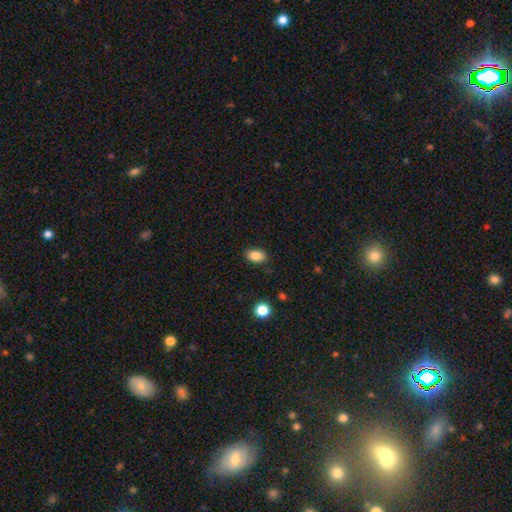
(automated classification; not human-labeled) smooth_or_featured: smooth (p=0.86) [alt: star or artifact p=0.09]
how_rounded: in between (p=0.88) [alt: round p=0.11]
merging: none (p=0.86) [alt: minor disturbance p=0.10]